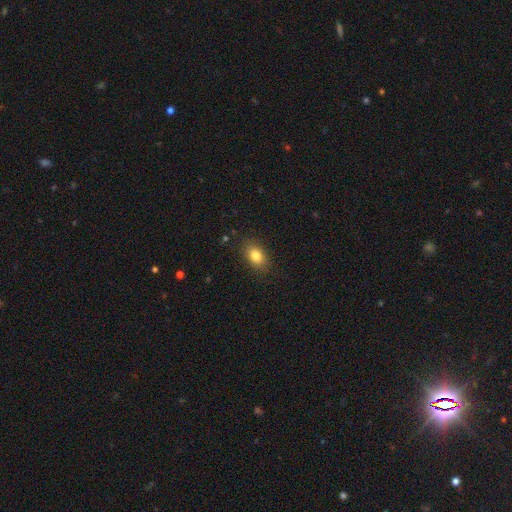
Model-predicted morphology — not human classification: Smooth or featured? smooth (82%)
How rounded? in between (81%)
Merging? none (86%)